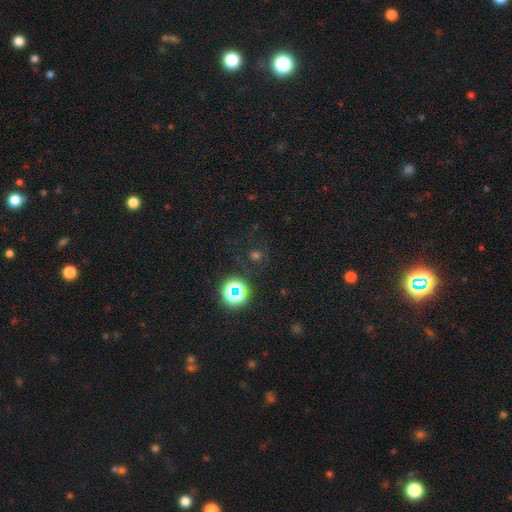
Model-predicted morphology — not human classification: Smooth or featured: star or artifact — 50% (smooth — 40%)